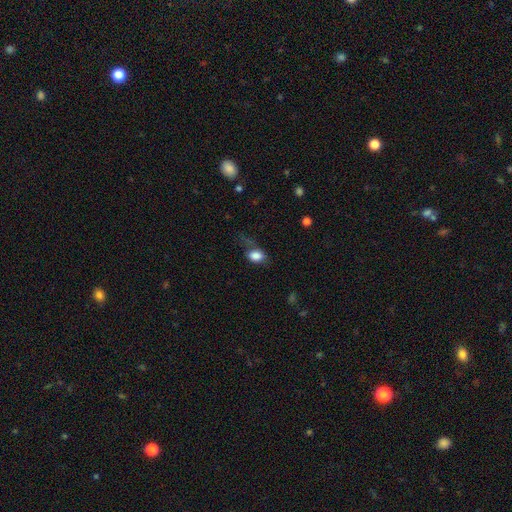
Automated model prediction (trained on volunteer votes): This appears to be a smooth galaxy with no disk features (82%) that is in between round and cigar-shaped (79%). Merging: none (46%).